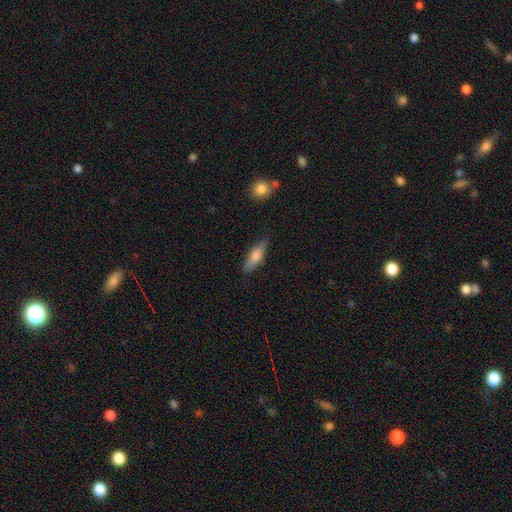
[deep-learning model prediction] A smooth galaxy with no disk features (72%) that is in between round and cigar-shaped (50%).

Vote fractions:
- Smooth or featured? smooth: 72% / featured or disk: 22% / star or artifact: 6%
- How rounded? in between: 50% / cigar-shaped: 48% / round: 2%
- Merging? none: 83% / minor disturbance: 13% / major disturbance: 3% / merger: 2%